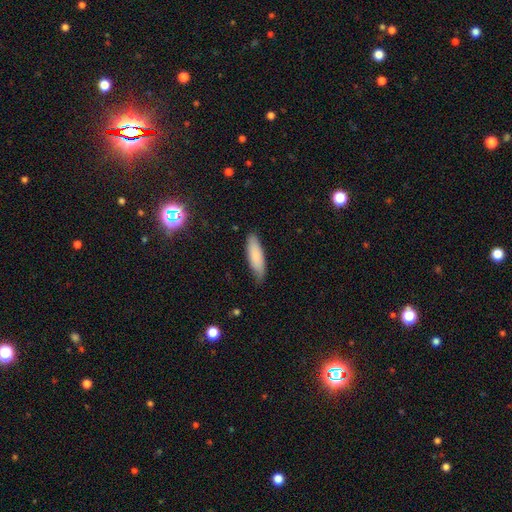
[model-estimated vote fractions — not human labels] Smooth or featured?
  - smooth: 79% *
  - featured or disk: 15%
  - star or artifact: 6%
How rounded?
  - in between: 51% *
  - cigar-shaped: 47%
  - round: 2%
Merging?
  - none: 72% *
  - minor disturbance: 23%
  - major disturbance: 4%
  - merger: 1%